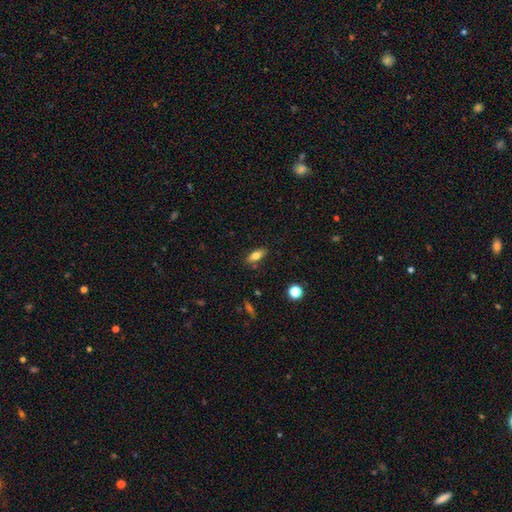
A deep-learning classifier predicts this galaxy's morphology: Overall: smooth (76%). How rounded: in between (79%). Merging: none (84%).